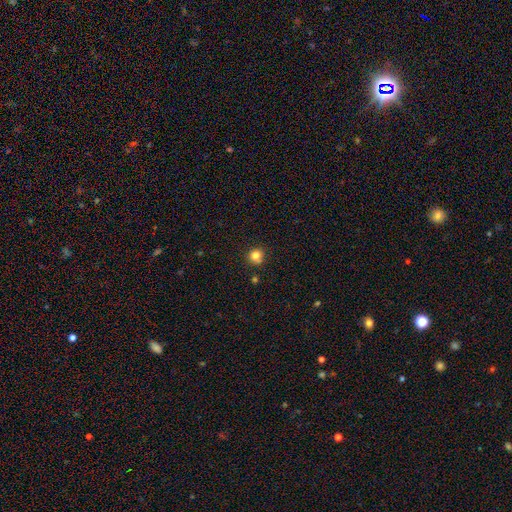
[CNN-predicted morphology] A smooth galaxy with no disk features (81%) that is round (91%).

Vote fractions:
- Smooth or featured? smooth: 81% / star or artifact: 13% / featured or disk: 6%
- How rounded? round: 91% / in between: 8% / cigar-shaped: 1%
- Merging? none: 78% / minor disturbance: 10% / merger: 9% / major disturbance: 3%